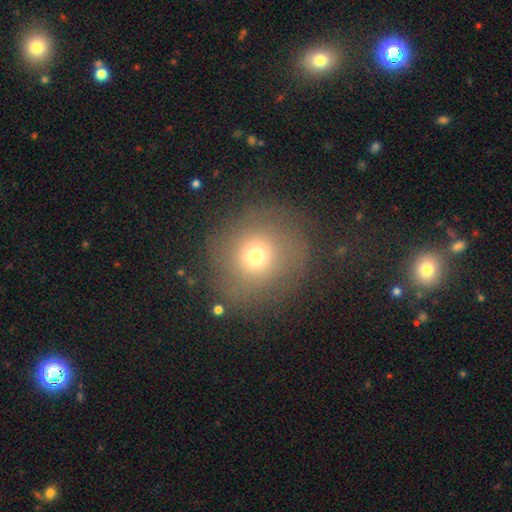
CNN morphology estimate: Q: Smooth or featured?
A: smooth (67%); runner-up: star or artifact (17%)
Q: How rounded?
A: round (91%); runner-up: in between (8%)
Q: Merging?
A: none (77%); runner-up: minor disturbance (13%)